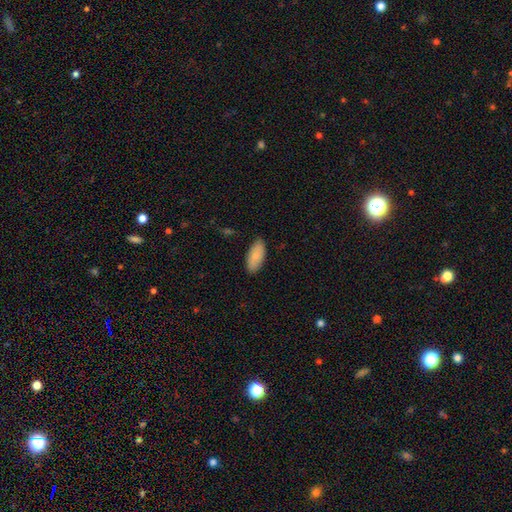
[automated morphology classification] A smooth galaxy with no disk features (84%) that is in between round and cigar-shaped (89%). Merging: none (87%).